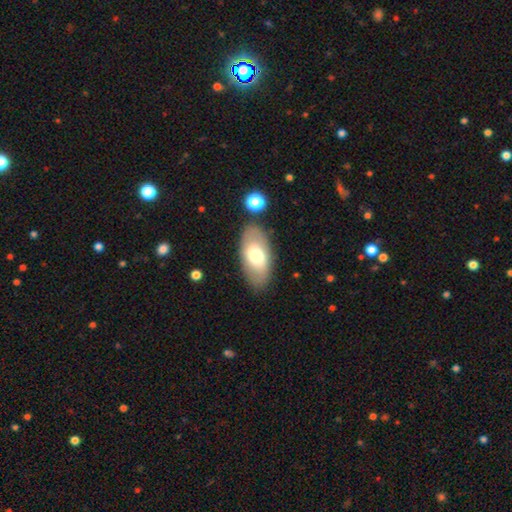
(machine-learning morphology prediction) Smooth or featured? smooth (65%)
How rounded? in between (93%)
Merging? none (81%)